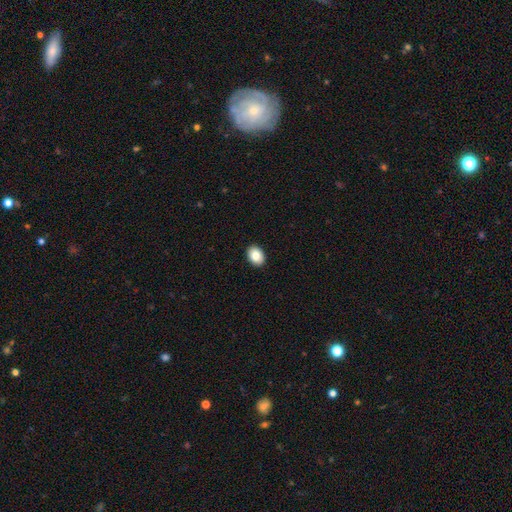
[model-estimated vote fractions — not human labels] smooth 85%, star or artifact 8%, featured or disk 7%. Down the decision tree: how rounded — in between (72%); merging — none (92%).